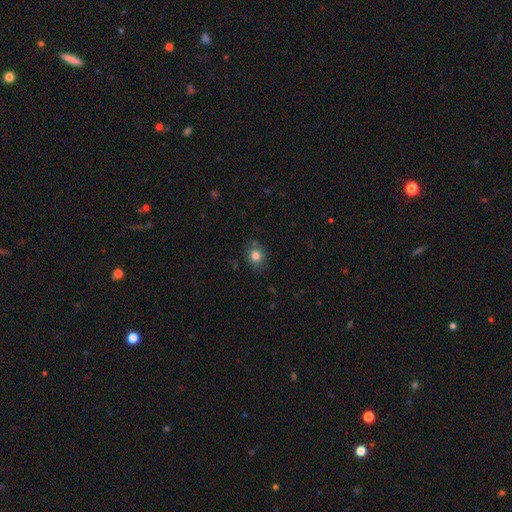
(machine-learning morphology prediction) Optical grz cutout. It shows a smooth galaxy with no disk features (81%) that is round (71%). Merging: none (79%).